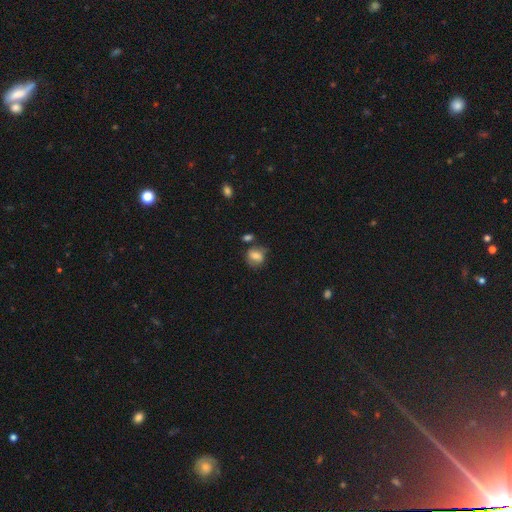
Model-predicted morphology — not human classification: A smooth galaxy with no disk features (73%) that is round (55%).

Vote fractions:
- Smooth or featured? smooth: 73% / featured or disk: 17% / star or artifact: 10%
- How rounded? round: 55% / in between: 43% / cigar-shaped: 1%
- Merging? none: 58% / minor disturbance: 23% / merger: 11% / major disturbance: 8%